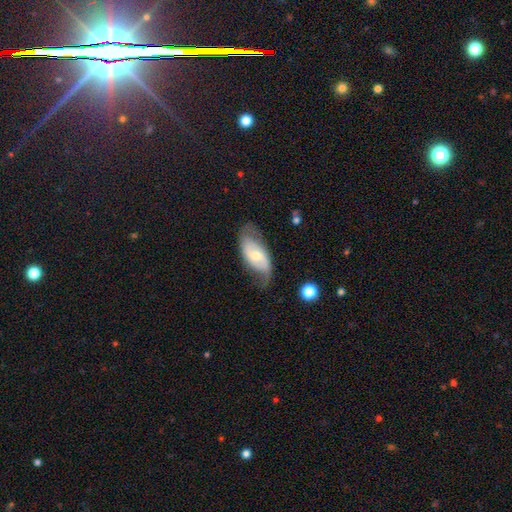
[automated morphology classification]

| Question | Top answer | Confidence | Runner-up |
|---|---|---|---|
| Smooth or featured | featured or disk | 61% | smooth (33%) |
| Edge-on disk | no | 92% | yes (8%) |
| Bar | no | 60% | weak (31%) |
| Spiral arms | yes | 79% | no (21%) |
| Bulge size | small | 47% | moderate (46%) |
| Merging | none | 53% | minor disturbance (29%) |